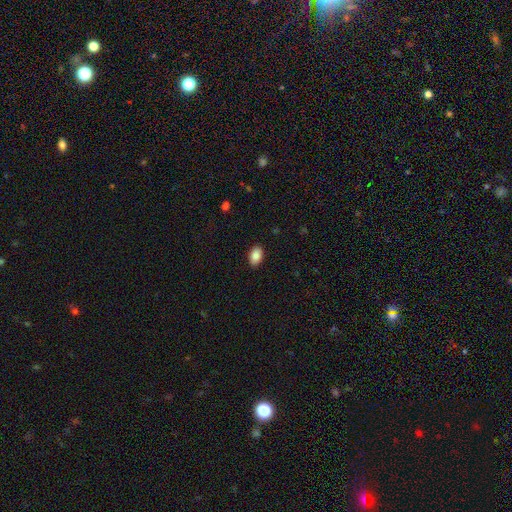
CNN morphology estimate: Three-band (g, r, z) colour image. It shows a smooth galaxy with no disk features (87%) that is in between round and cigar-shaped (90%). Merging: none (89%).